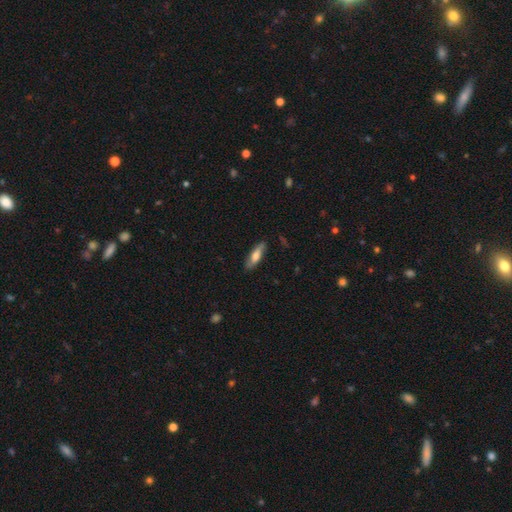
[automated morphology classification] type=smooth (59%); roundness=cigar-shaped (53%); merging=none (80%).